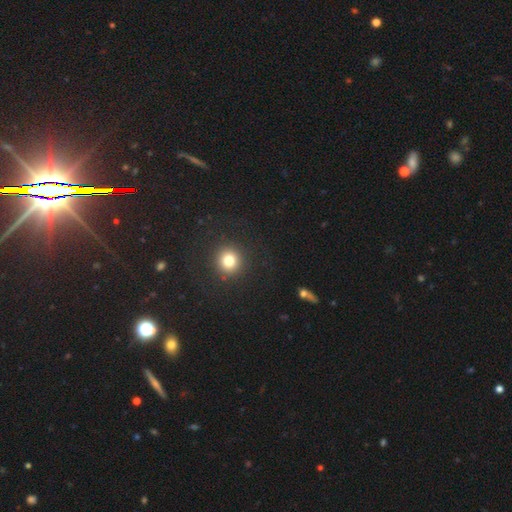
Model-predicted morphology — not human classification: A star or artifact, not a galaxy (63%).

Vote fractions:
- Smooth or featured? star or artifact: 63% / smooth: 26% / featured or disk: 11%